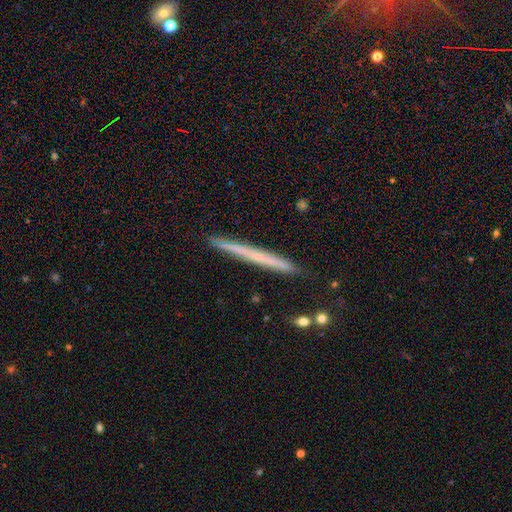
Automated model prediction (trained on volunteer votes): Overall: smooth (50%; featured or disk 43%). Merging: none (90%).